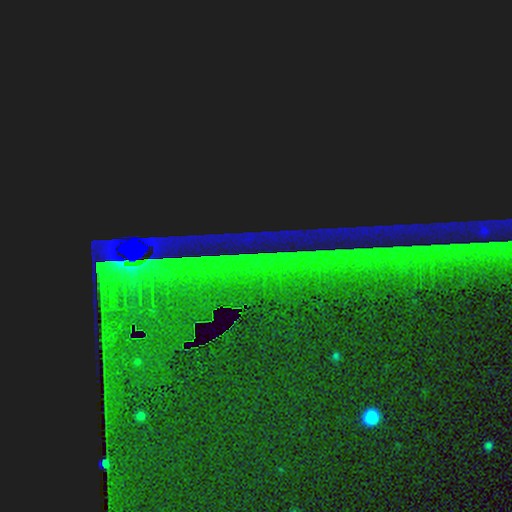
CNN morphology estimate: The model was most divided on "smooth or featured": star or artifact: 89%, featured or disk: 6%, smooth: 5%.